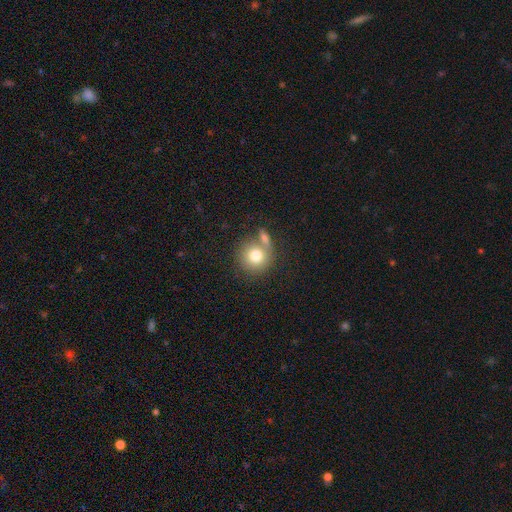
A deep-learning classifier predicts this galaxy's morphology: Smooth or featured? smooth (77%)
How rounded? round (90%)
Merging? none (58%)